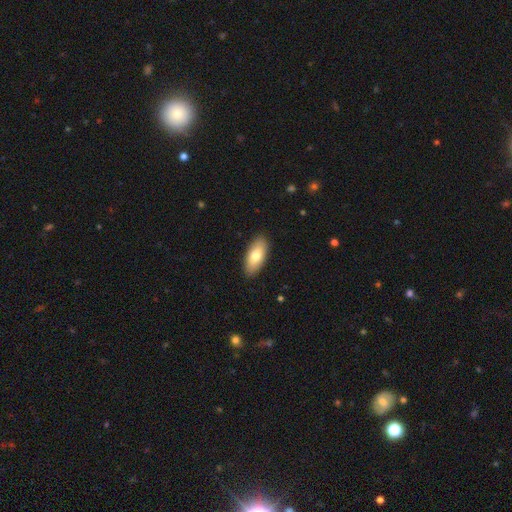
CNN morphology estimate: This is likely a smooth galaxy (75%). How rounded: clearly in between (87%). Merging: clearly none (89%).